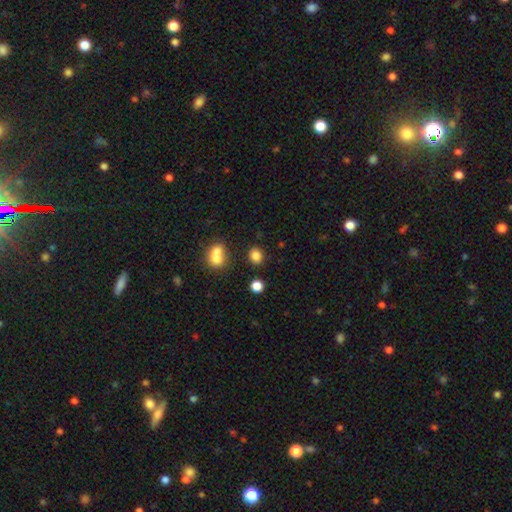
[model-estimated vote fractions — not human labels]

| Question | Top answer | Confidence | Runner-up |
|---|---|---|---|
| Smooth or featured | smooth | 82% | star or artifact (12%) |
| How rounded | round | 62% | in between (37%) |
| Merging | none | 75% | merger (12%) |